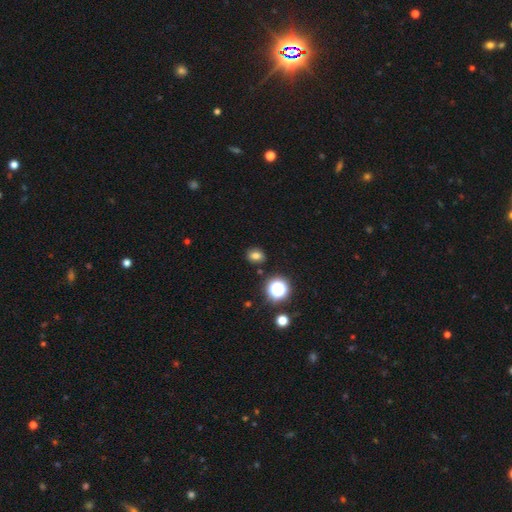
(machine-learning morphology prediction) smooth-or-featured: smooth: 75% | star or artifact: 17% | featured or disk: 8%
  how-rounded: in between: 51% | round: 48% | cigar-shaped: 1%
  merging: none: 85% | minor disturbance: 9% | major disturbance: 3% | merger: 3%